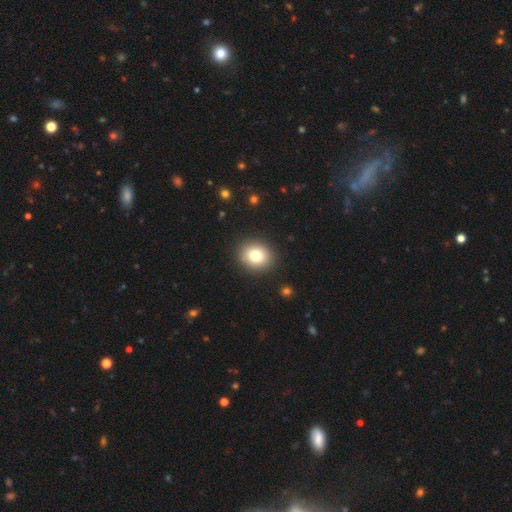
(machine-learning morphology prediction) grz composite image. It shows a smooth galaxy with no disk features (79%) that is round (70%). Merging: none (90%).